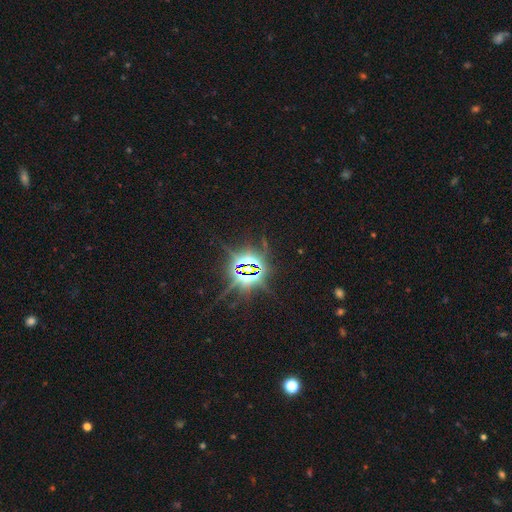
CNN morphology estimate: Q: Smooth or featured?
A: star or artifact (85%); runner-up: smooth (9%)